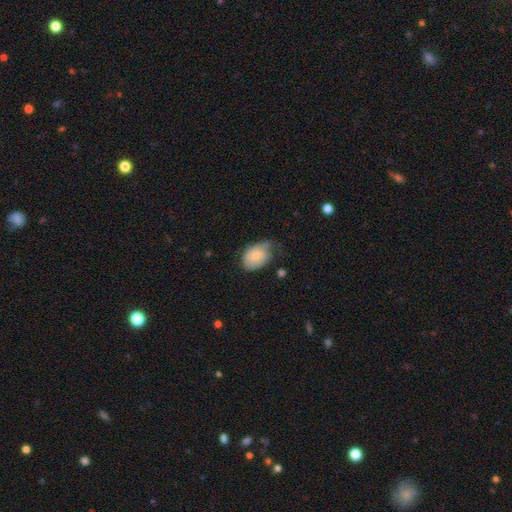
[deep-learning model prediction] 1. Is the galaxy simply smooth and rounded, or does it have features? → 72% smooth, 21% featured or disk, 7% star or artifact.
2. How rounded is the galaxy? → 78% in between, 21% round, 1% cigar-shaped.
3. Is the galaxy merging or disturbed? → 41% minor disturbance, 35% none, 21% major disturbance, 3% merger.